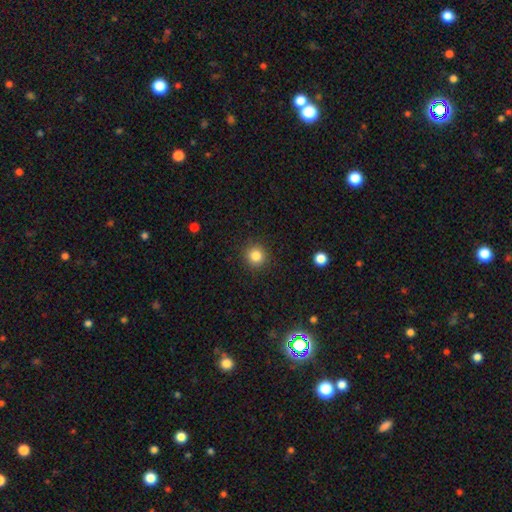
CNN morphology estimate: The model was most divided on "smooth or featured": smooth: 84%, star or artifact: 11%, featured or disk: 5%. More confident: how rounded — round (92%); merging — none (91%).